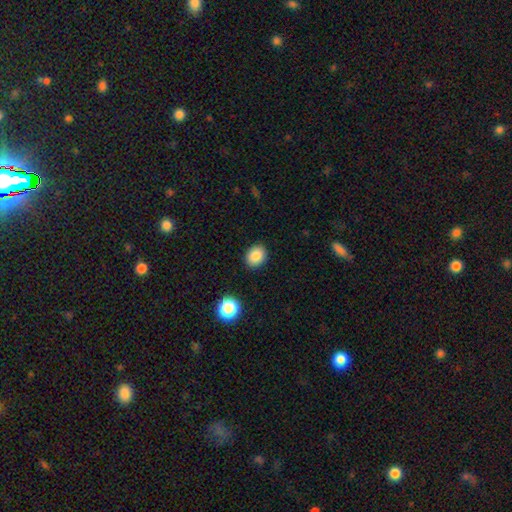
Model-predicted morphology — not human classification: type=smooth (85%); roundness=round (55%); merging=none (89%).